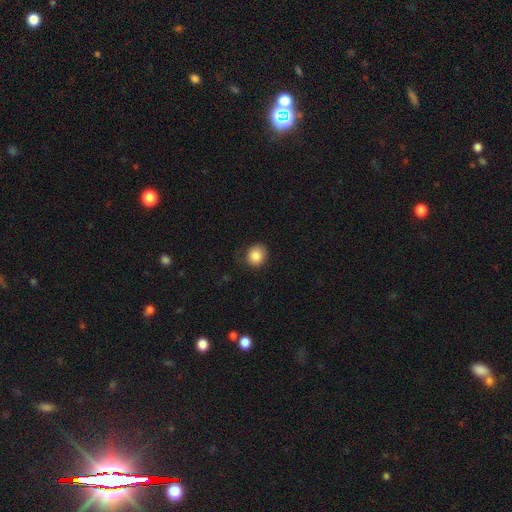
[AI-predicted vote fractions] smooth-or-featured: smooth: 86% | star or artifact: 9% | featured or disk: 6%
  how-rounded: round: 76% | in between: 23% | cigar-shaped: 1%
  merging: none: 77% | minor disturbance: 17% | major disturbance: 5% | merger: 1%